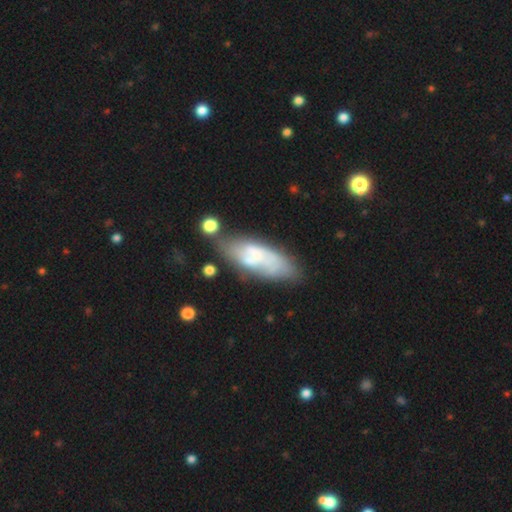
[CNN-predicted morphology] This is possibly a featured or disk galaxy (50%). It is likely not viewed edge-on (79%). Merging: possibly none (56%).